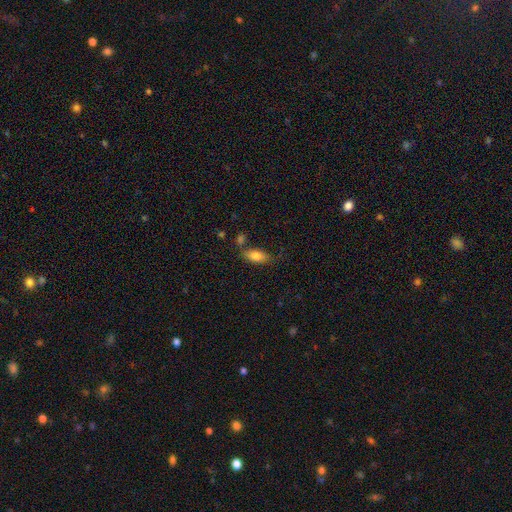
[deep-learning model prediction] Overall: smooth (81%). How rounded: in between (85%). Merging: none (60%; minor disturbance 20%).